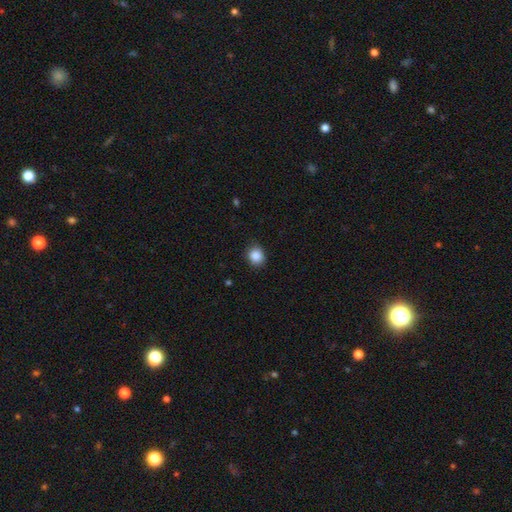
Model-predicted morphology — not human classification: Smooth or featured: smooth — 88% (star or artifact — 9%)
How rounded: round — 76% (in between — 24%)
Merging: none — 85% (minor disturbance — 12%)